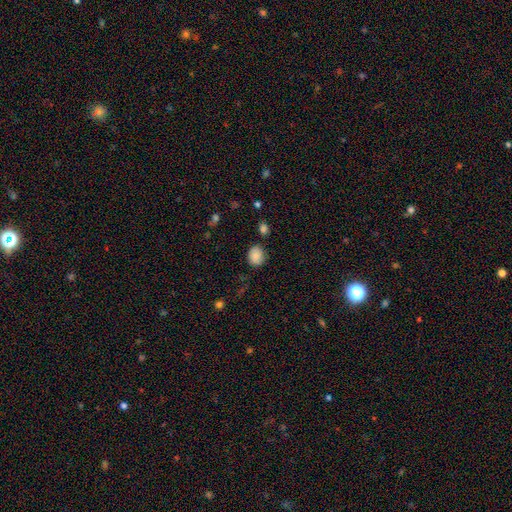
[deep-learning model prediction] Q: Smooth or featured?
A: smooth (85%); runner-up: star or artifact (9%)
Q: How rounded?
A: round (60%); runner-up: in between (39%)
Q: Merging?
A: none (77%); runner-up: minor disturbance (16%)